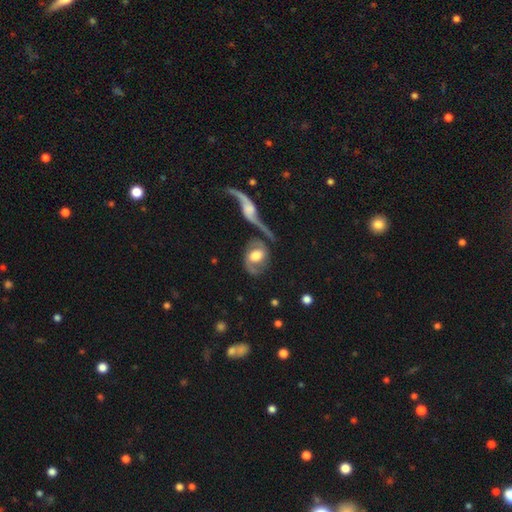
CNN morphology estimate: Smooth or featured? featured or disk (74%)
Edge-on disk? no (95%)
Bar? no (50%)
Spiral arms? yes (87%)
Spiral winding? medium (43%)
Spiral arm count? 2 (86%)
Bulge size? moderate (43%)
Merging? none (48%)